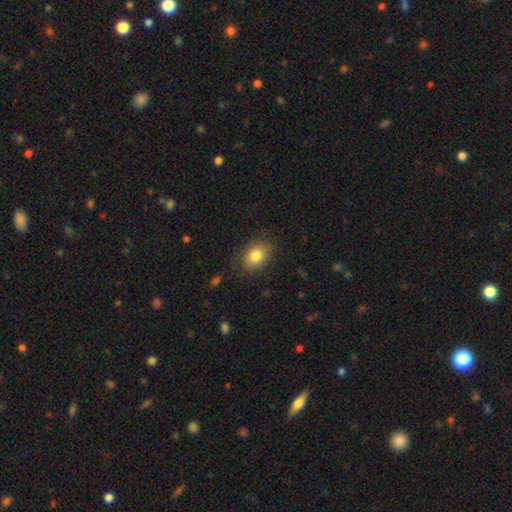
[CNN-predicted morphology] A smooth galaxy with no disk features (82%) that is in between round and cigar-shaped (66%). Merging: none (81%).